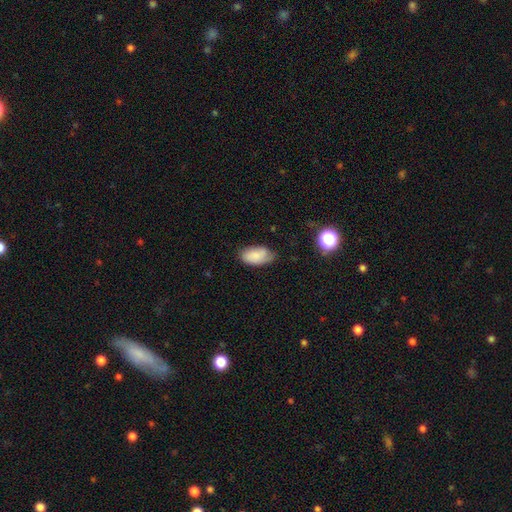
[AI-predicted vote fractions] smooth-or-featured: smooth: 80% | featured or disk: 12% | star or artifact: 8%
  how-rounded: in between: 94% | round: 4% | cigar-shaped: 2%
  merging: none: 58% | minor disturbance: 32% | major disturbance: 7% | merger: 2%